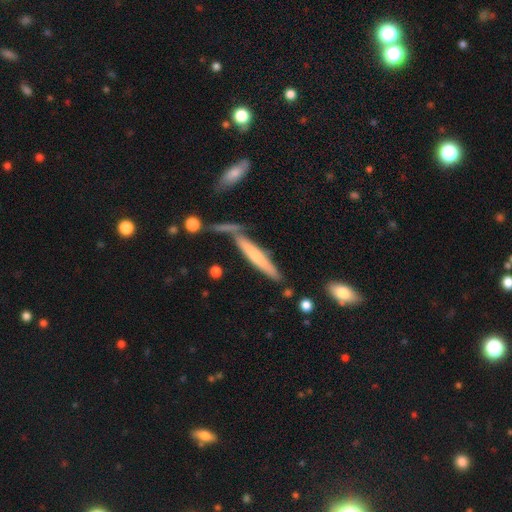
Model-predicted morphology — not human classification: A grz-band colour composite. It shows a smooth galaxy with no disk features (54%) that is cigar-shaped (91%). Merging: none (61%).